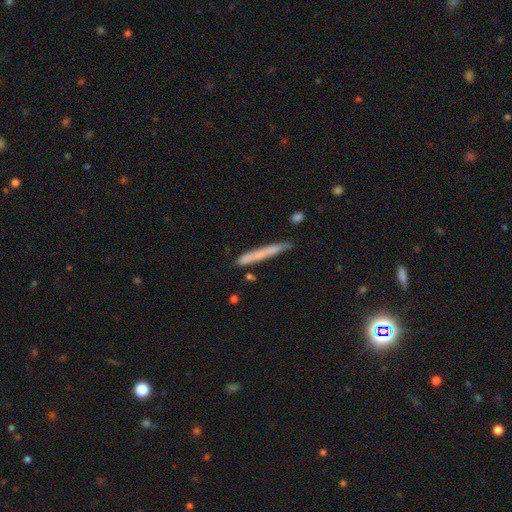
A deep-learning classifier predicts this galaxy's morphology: The model was most divided on "smooth or featured": smooth: 67%, featured or disk: 27%, star or artifact: 6%. More confident: how rounded — cigar-shaped (96%); merging — none (78%).